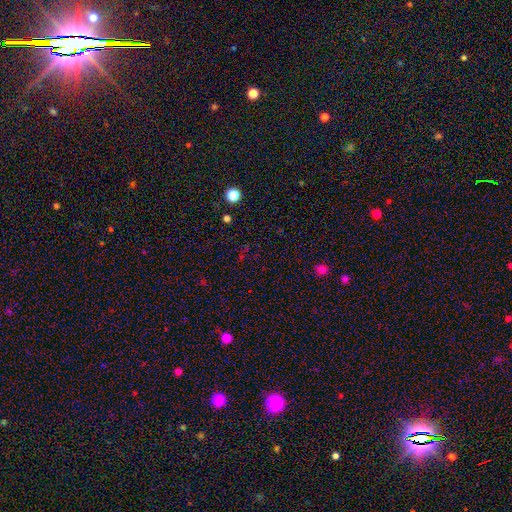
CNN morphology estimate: This is likely a star or artifact rather than a galaxy (63%).